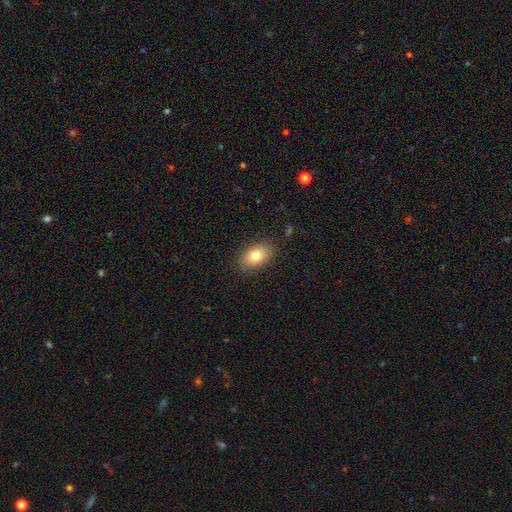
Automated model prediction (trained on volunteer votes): Smooth or featured? smooth (80%)
How rounded? in between (88%)
Merging? none (84%)